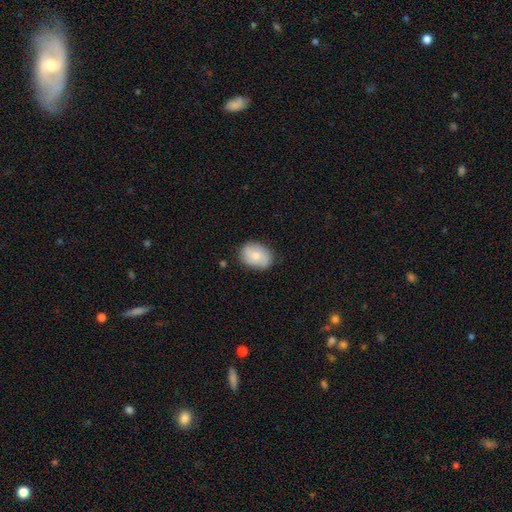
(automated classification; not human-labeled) smooth_or_featured: smooth (p=0.65) [alt: featured or disk p=0.28]
how_rounded: in between (p=0.67) [alt: round p=0.32]
merging: none (p=0.79) [alt: minor disturbance p=0.16]